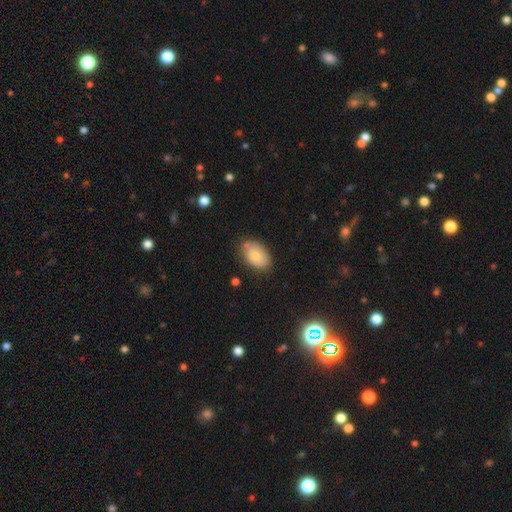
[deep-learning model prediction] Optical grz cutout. It shows a smooth galaxy with no disk features (79%) that is in between round and cigar-shaped (89%). Merging: none (72%).